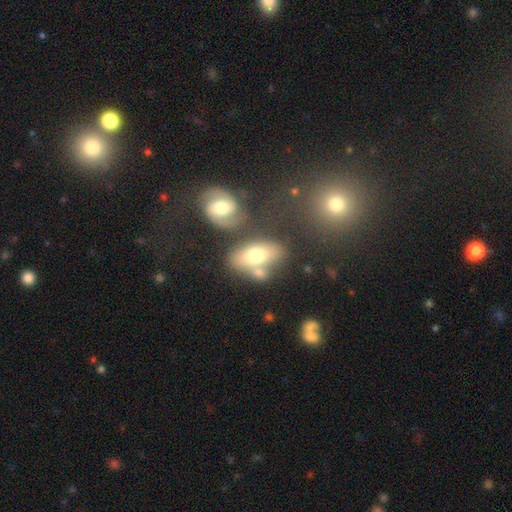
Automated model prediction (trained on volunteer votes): Morphology: type=smooth (64%); roundness=in between (86%); merging=none (48%).